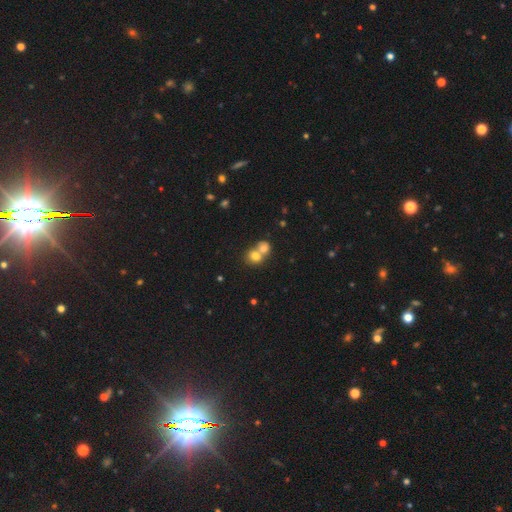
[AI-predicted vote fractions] smooth-or-featured: smooth: 75% | featured or disk: 13% | star or artifact: 12%
  how-rounded: round: 72% | in between: 27% | cigar-shaped: 1%
  merging: merger: 64% | none: 29% | minor disturbance: 5% | major disturbance: 2%